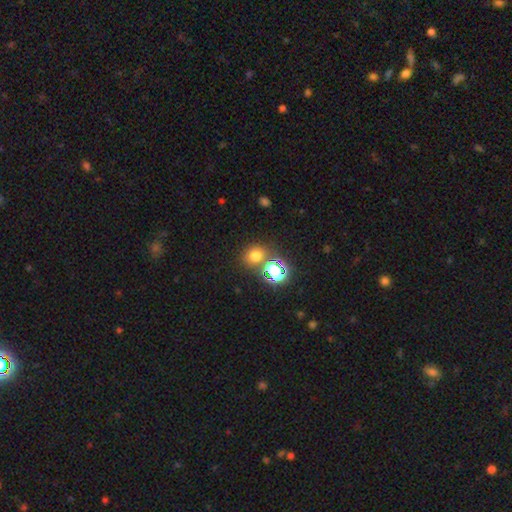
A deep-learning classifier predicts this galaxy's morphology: smooth_or_featured: smooth (p=0.67) [alt: star or artifact p=0.27]
how_rounded: round (p=0.73) [alt: in between p=0.26]
merging: none (p=0.72) [alt: merger p=0.16]